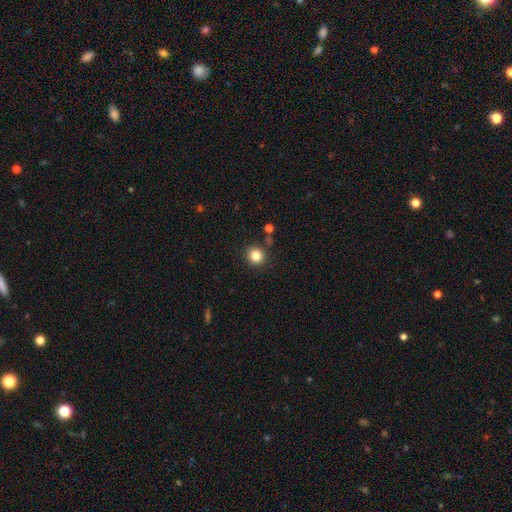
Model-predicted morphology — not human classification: smooth_or_featured: smooth (p=0.83) [alt: star or artifact p=0.11]
how_rounded: round (p=0.89) [alt: in between p=0.10]
merging: none (p=0.86) [alt: minor disturbance p=0.08]